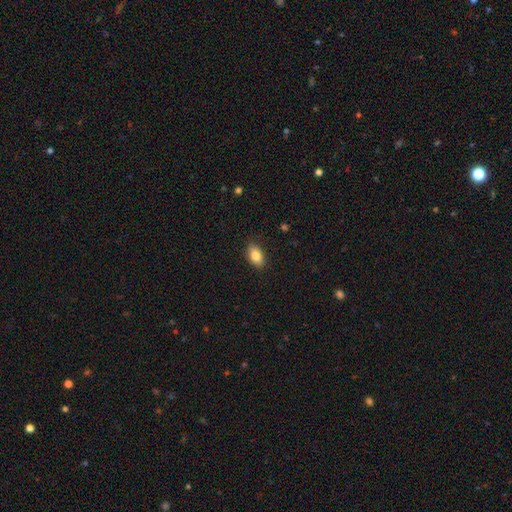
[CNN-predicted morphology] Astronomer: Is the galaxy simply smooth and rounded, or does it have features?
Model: smooth — 84%.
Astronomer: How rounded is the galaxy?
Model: in between — 92%.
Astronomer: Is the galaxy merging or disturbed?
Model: none — 88%.